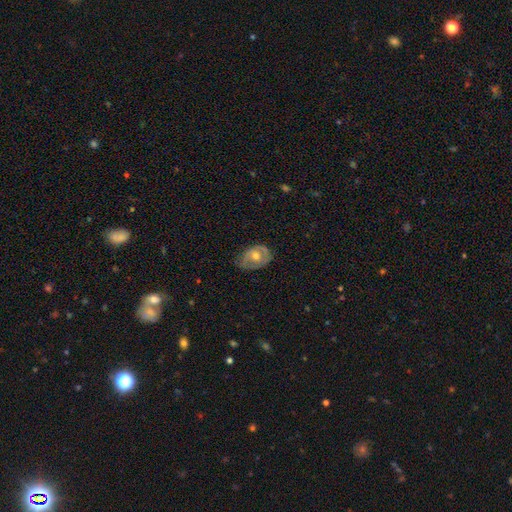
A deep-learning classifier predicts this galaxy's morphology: Smooth or featured? Predicted: featured or disk (p=0.59). Edge-on disk? Predicted: no (p=0.94). Bar? Predicted: no (p=0.72). Spiral arms? Predicted: yes (p=0.55). Bulge size? Predicted: moderate (p=0.73). Merging? Predicted: none (p=0.64).